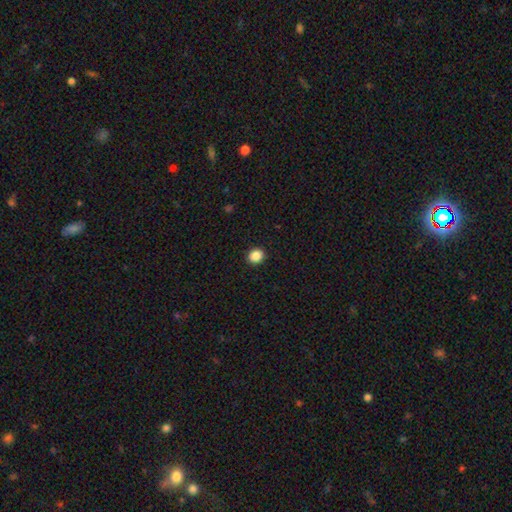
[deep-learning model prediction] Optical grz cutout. It shows a smooth galaxy with no disk features (88%) that is round (75%). Merging: none (92%).